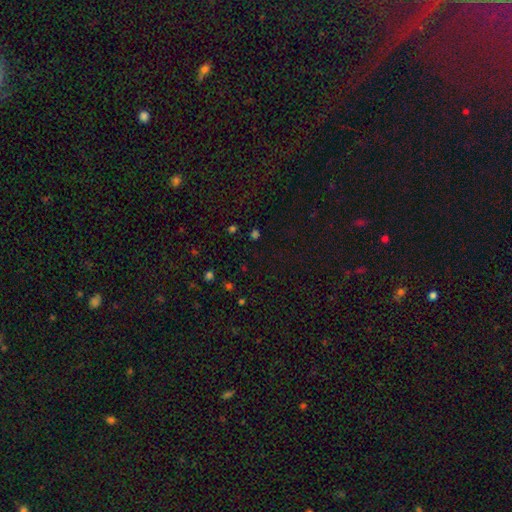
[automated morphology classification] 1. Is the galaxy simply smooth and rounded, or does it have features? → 51% star or artifact, 43% smooth, 6% featured or disk.